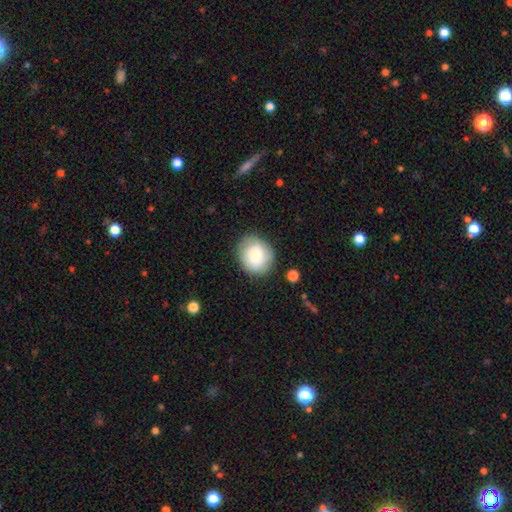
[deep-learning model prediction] Smooth or featured? smooth (79%)
How rounded? round (70%)
Merging? none (83%)